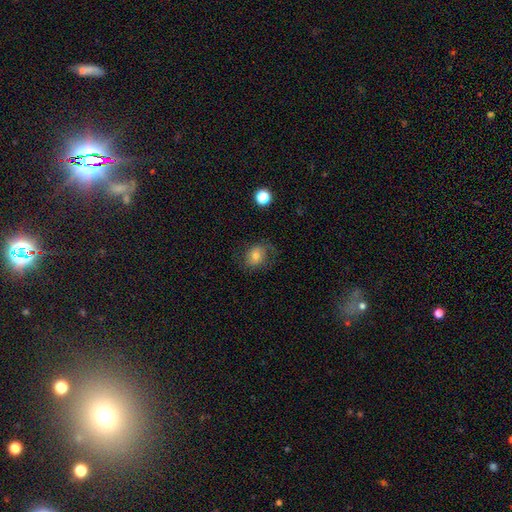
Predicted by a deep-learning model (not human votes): smooth_or_featured: smooth (p=0.60) [alt: featured or disk p=0.29]
how_rounded: round (p=0.52) [alt: in between p=0.47]
merging: none (p=0.64) [alt: minor disturbance p=0.21]